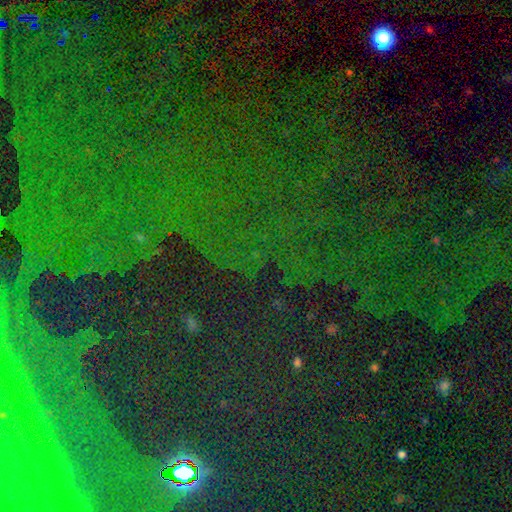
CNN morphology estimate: Smooth or featured? Predicted: star or artifact (p=0.80).